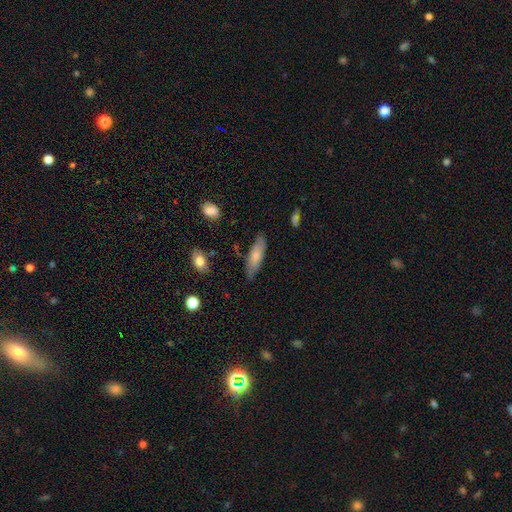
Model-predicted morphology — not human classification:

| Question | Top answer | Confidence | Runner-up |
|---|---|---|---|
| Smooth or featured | smooth | 65% | featured or disk (28%) |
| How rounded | in between | 54% | cigar-shaped (44%) |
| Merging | none | 77% | minor disturbance (18%) |